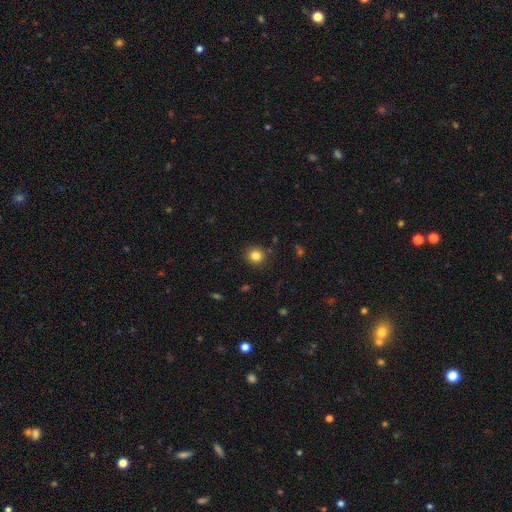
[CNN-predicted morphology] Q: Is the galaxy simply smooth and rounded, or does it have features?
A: smooth — 83%.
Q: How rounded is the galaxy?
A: round — 89%.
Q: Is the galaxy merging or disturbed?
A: none — 89%.